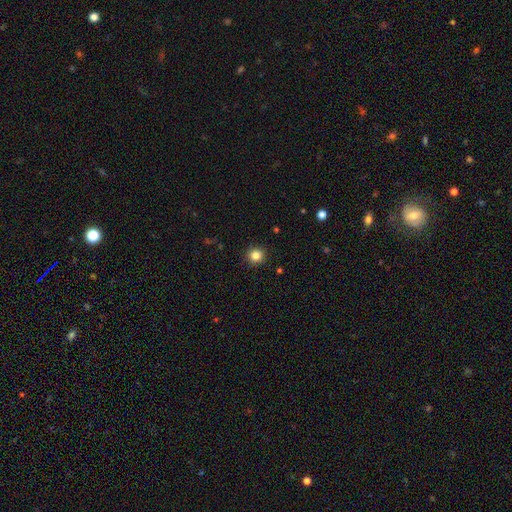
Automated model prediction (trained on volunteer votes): smooth-or-featured: smooth: 84% | star or artifact: 12% | featured or disk: 5%
  how-rounded: round: 93% | in between: 6% | cigar-shaped: 1%
  merging: none: 92% | minor disturbance: 5% | major disturbance: 2% | merger: 1%